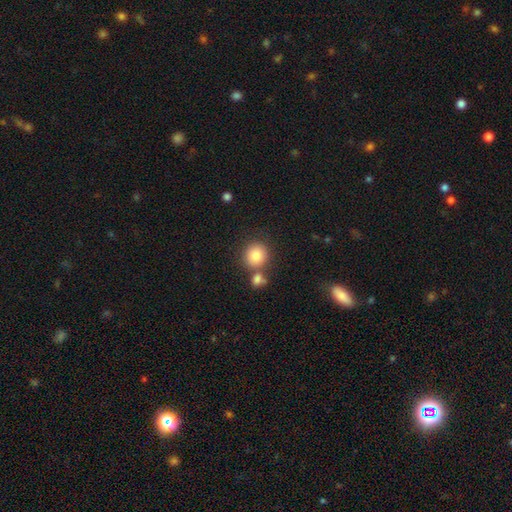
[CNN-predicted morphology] smooth 83%, star or artifact 9%, featured or disk 8%. Down the decision tree: how rounded — round (89%); merging — none (63%).